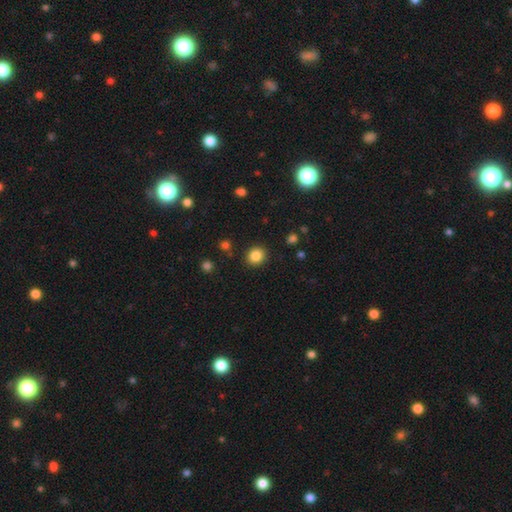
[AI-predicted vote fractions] Smooth or featured?
  - smooth: 85% *
  - star or artifact: 10%
  - featured or disk: 5%
How rounded?
  - round: 76% *
  - in between: 23%
  - cigar-shaped: 1%
Merging?
  - none: 89% *
  - minor disturbance: 7%
  - major disturbance: 2%
  - merger: 2%